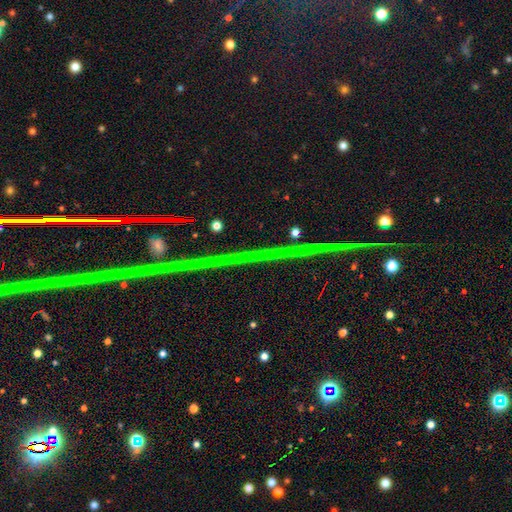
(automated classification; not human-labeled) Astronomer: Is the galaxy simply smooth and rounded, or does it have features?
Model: star or artifact — 86%.